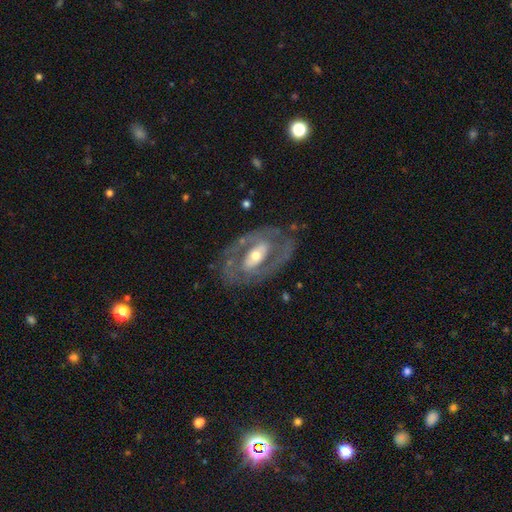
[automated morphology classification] Smooth or featured? Predicted: featured or disk (p=0.85). Edge-on disk? Predicted: no (p=0.94). Bar? Predicted: strong (p=0.40). Spiral arms? Predicted: yes (p=0.81). Spiral winding? Predicted: tight (p=0.47). Spiral arm count? Predicted: 2 (p=0.77). Bulge size? Predicted: moderate (p=0.57). Merging? Predicted: none (p=0.78).